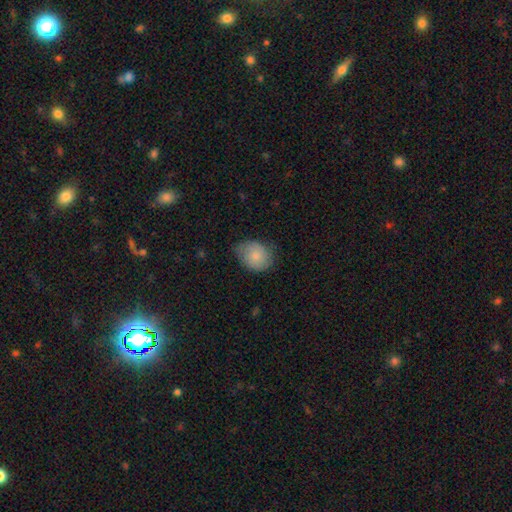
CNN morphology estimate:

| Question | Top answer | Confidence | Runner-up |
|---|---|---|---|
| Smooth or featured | smooth | 78% | featured or disk (15%) |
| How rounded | round | 50% | in between (49%) |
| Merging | none | 62% | minor disturbance (30%) |